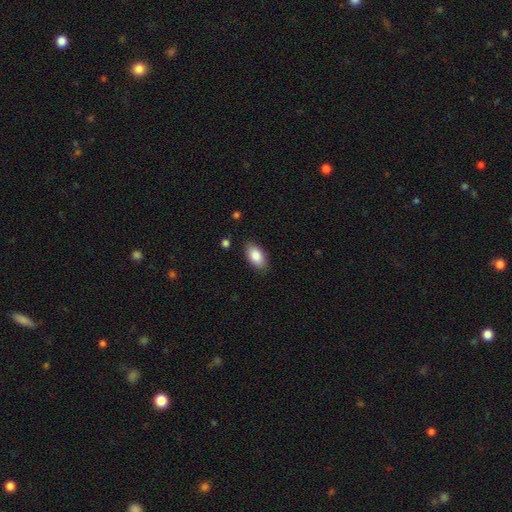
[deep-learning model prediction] Q: Smooth or featured?
A: smooth (86%); runner-up: featured or disk (7%)
Q: How rounded?
A: in between (93%); runner-up: round (4%)
Q: Merging?
A: none (85%); runner-up: minor disturbance (11%)